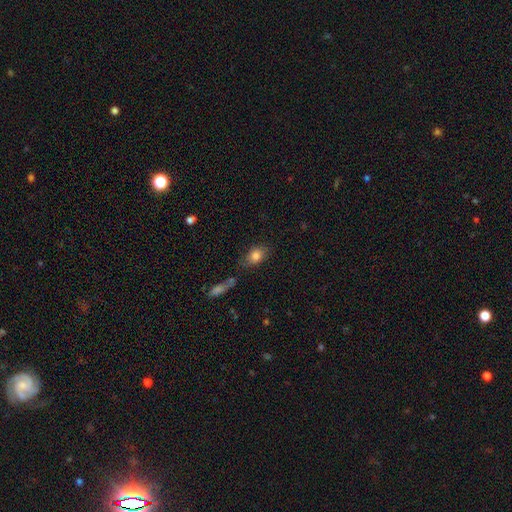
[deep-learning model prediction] Smooth or featured: smooth — 82% (featured or disk — 9%)
How rounded: in between — 69% (round — 28%)
Merging: none — 66% (minor disturbance — 17%)